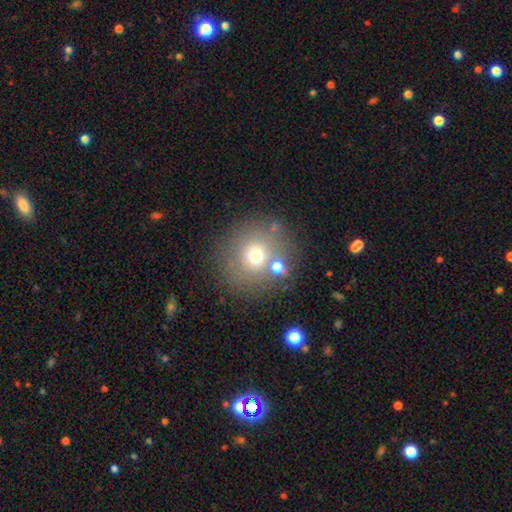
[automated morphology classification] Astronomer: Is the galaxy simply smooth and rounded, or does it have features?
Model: smooth — 66%.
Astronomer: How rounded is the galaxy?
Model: round — 89%.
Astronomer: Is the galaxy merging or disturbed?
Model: none — 74%.